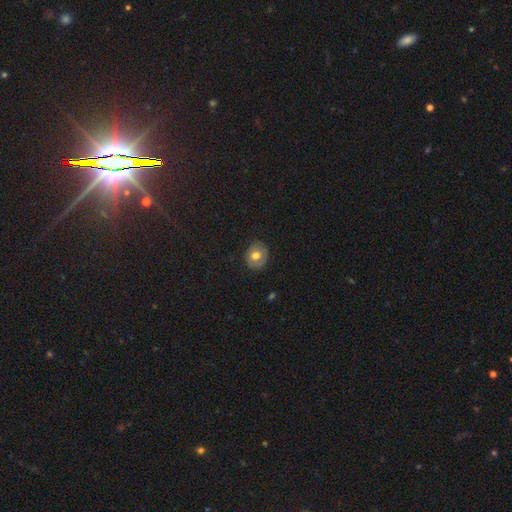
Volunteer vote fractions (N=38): smooth_or_featured: smooth (p=0.74) [alt: featured or disk p=0.24]
how_rounded: round (p=0.75) [alt: in between p=0.21]
merging: none (p=0.73) [alt: minor disturbance p=0.24]